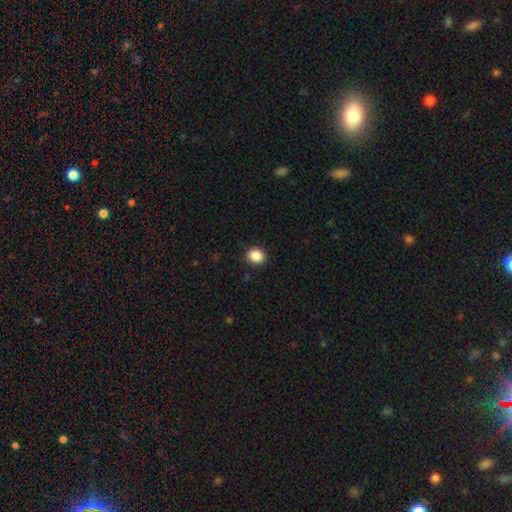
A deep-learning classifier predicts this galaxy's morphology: The model was most divided on "how rounded": round: 74%, in between: 25%, cigar-shaped: 1%. More confident: merging — none (90%); smooth or featured — smooth (88%).